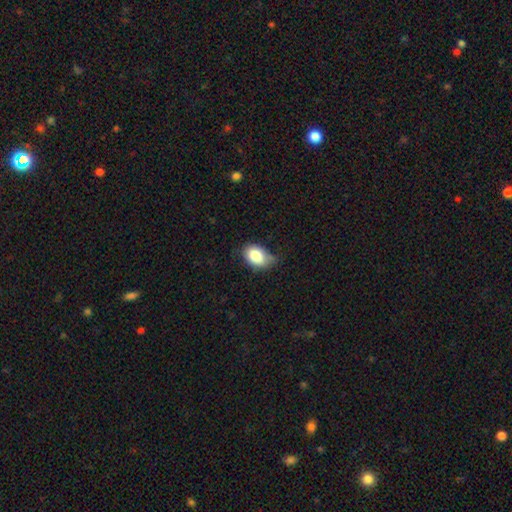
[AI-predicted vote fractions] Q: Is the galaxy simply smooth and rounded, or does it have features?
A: smooth — 82%.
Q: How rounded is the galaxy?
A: in between — 76%.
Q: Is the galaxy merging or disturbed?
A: none — 55%.